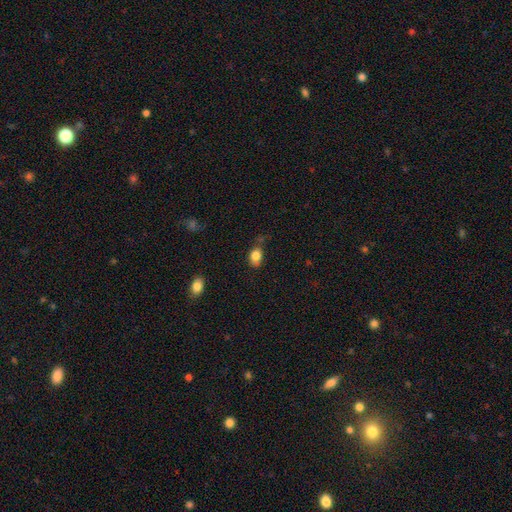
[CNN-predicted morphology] smooth-or-featured: smooth: 84% | star or artifact: 9% | featured or disk: 7%
  how-rounded: in between: 76% | round: 23% | cigar-shaped: 2%
  merging: none: 60% | minor disturbance: 29% | major disturbance: 7% | merger: 4%